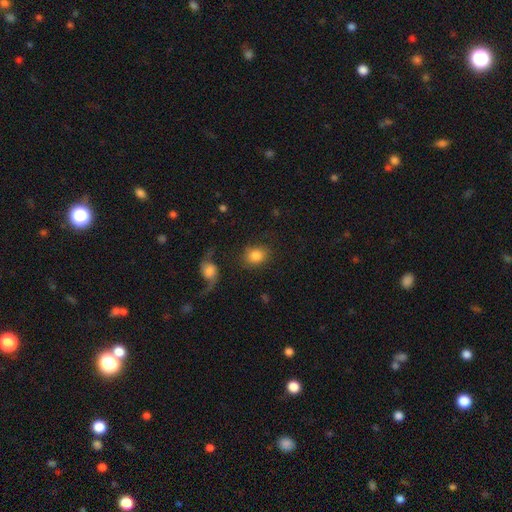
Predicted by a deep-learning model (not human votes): This is clearly a smooth galaxy (81%). How rounded: possibly round (54%). Merging: likely none (71%).